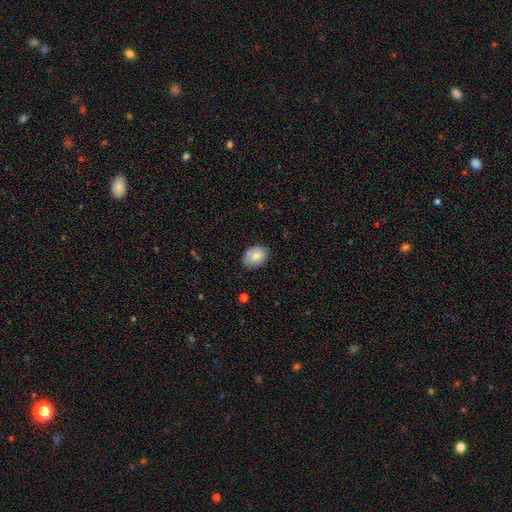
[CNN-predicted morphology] This is likely a smooth galaxy (78%). How rounded: likely in between (65%). Merging: likely none (74%).